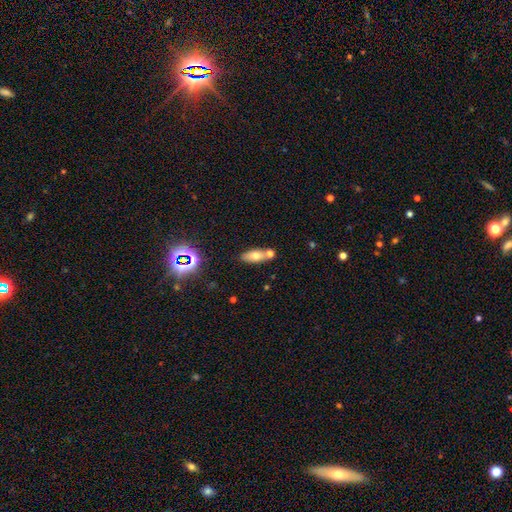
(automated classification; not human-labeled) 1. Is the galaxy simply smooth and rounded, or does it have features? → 65% smooth, 22% featured or disk, 13% star or artifact.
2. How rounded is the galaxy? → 74% in between, 21% cigar-shaped, 5% round.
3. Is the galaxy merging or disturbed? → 60% none, 24% merger, 13% minor disturbance, 4% major disturbance.